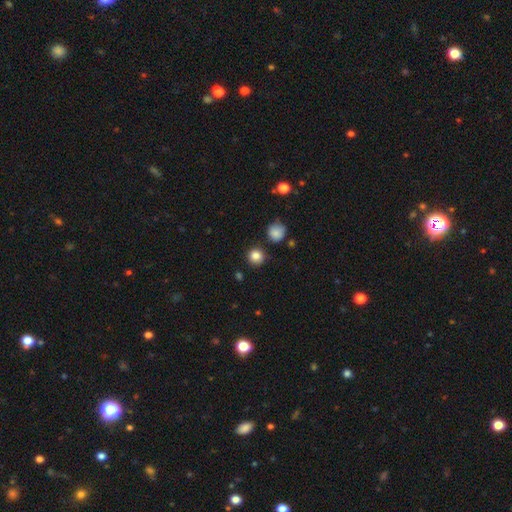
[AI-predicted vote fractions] Smooth or featured? smooth (84%)
How rounded? round (93%)
Merging? none (87%)